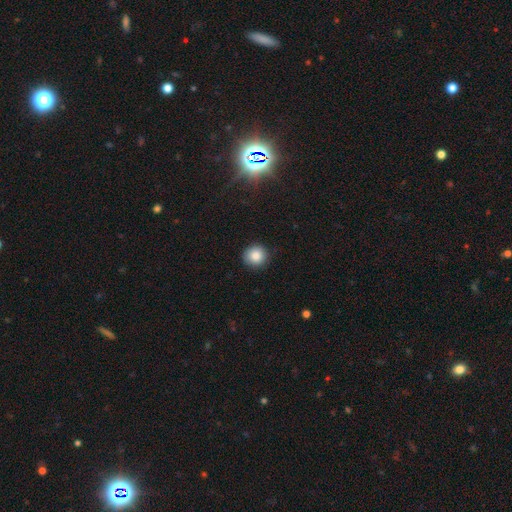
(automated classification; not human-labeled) Morphology: type=smooth (85%); roundness=round (93%); merging=none (90%).